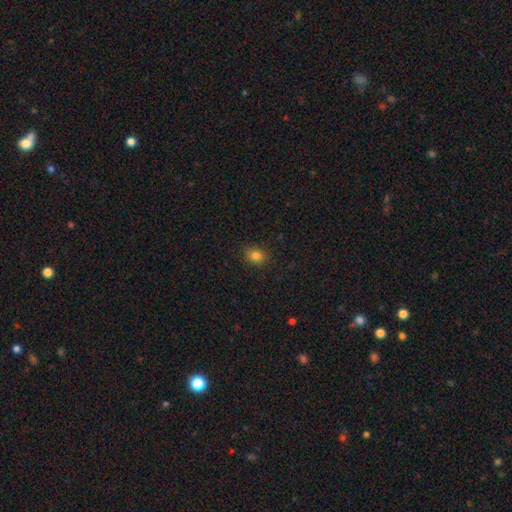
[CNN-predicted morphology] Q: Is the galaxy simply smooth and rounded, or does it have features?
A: smooth — 82%.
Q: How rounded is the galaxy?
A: round — 55%.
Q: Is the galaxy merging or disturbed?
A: none — 88%.